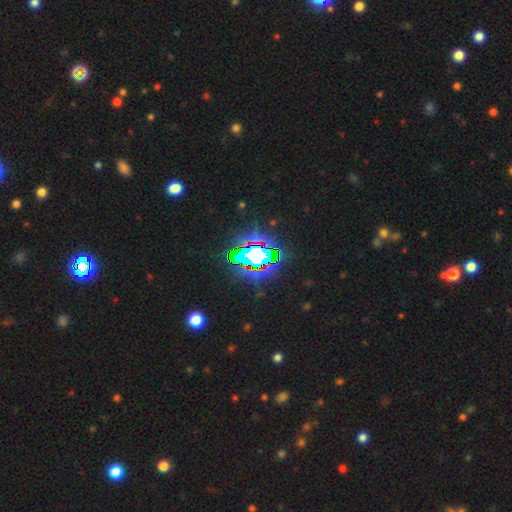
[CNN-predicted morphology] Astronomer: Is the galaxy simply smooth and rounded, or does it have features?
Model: star or artifact — 73%.